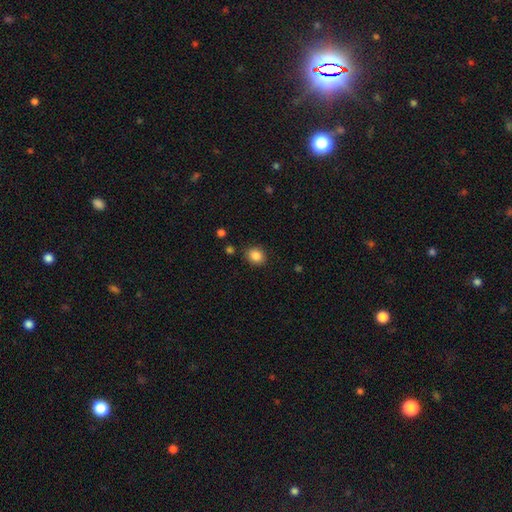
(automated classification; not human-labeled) Overall: smooth (86%). How rounded: round (63%; in between 36%). Merging: none (86%).